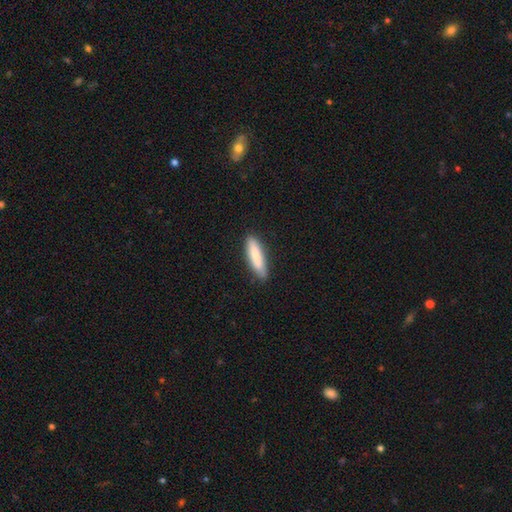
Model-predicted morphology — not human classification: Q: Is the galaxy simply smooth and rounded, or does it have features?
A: smooth — 78%.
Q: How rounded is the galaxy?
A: cigar-shaped — 73%.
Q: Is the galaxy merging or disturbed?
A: none — 85%.